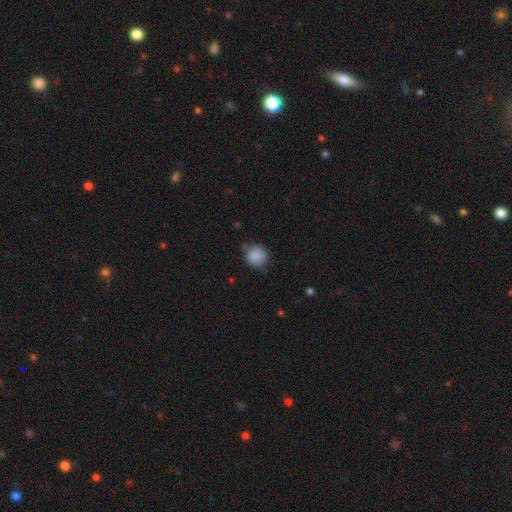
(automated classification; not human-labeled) A smooth galaxy with no disk features (87%) that is round (90%).

Vote fractions:
- Smooth or featured? smooth: 87% / star or artifact: 8% / featured or disk: 5%
- How rounded? round: 90% / in between: 9% / cigar-shaped: 1%
- Merging? none: 74% / minor disturbance: 19% / major disturbance: 4% / merger: 3%